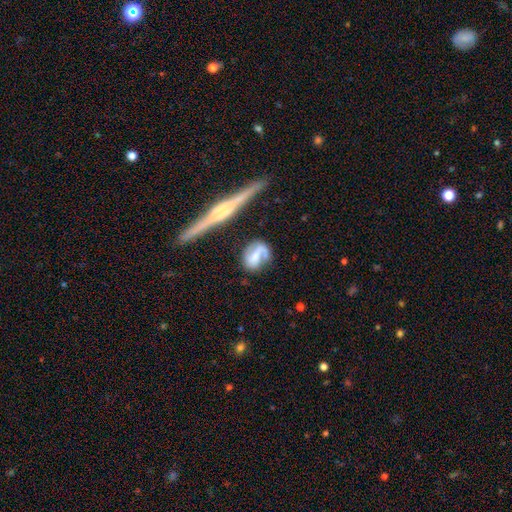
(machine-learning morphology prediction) featured or disk 54%, smooth 39%, star or artifact 8%. Down the decision tree: edge-on disk — no (89%); merging — none (56%).